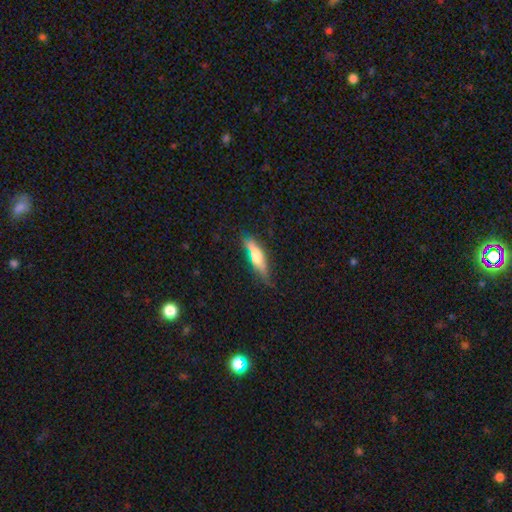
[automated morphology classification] A smooth galaxy with no disk features (59%) that is cigar-shaped (62%). Merging: none (71%).